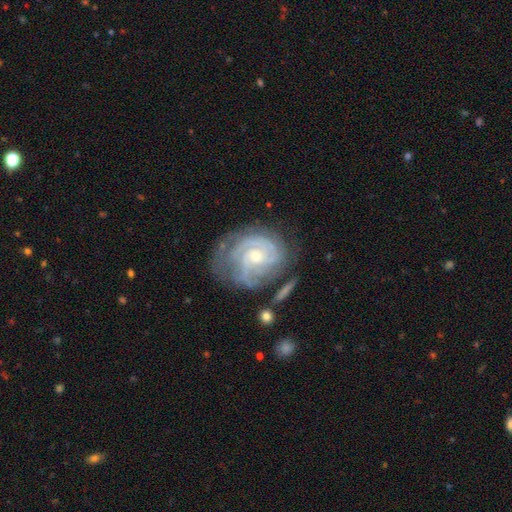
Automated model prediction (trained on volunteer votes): This appears to be a featured or disk galaxy (87%) with no bar (67%), 2 (29%) tight (69%) spiral arms (96%) and a small central bulge (55%). Merging: none (58%).